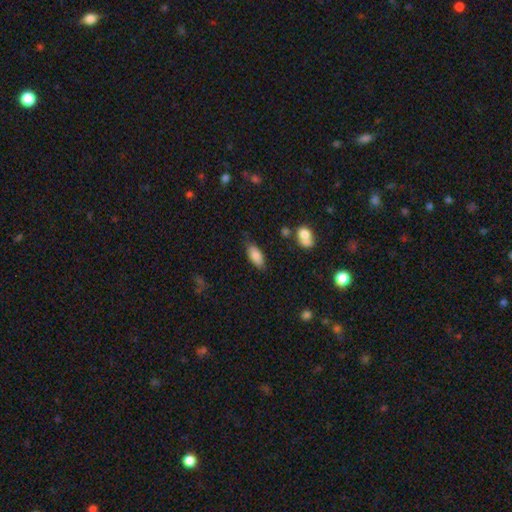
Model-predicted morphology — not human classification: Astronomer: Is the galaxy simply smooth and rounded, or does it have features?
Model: smooth — 80%.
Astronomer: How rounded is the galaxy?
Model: in between — 86%.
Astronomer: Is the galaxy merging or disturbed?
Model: none — 73%.